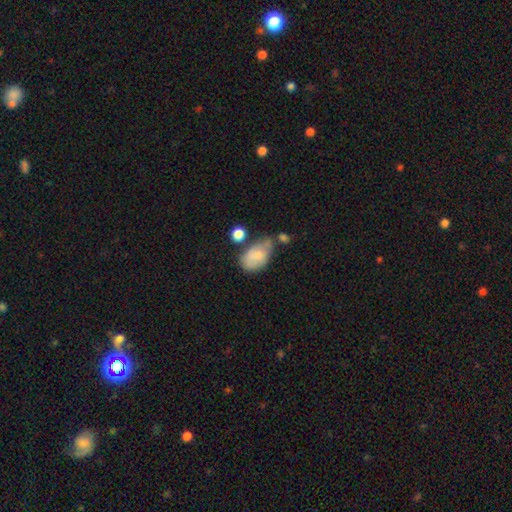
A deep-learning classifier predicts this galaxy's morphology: smooth 76%, featured or disk 17%, star or artifact 8%. Down the decision tree: how rounded — in between (90%); merging — none (36%).